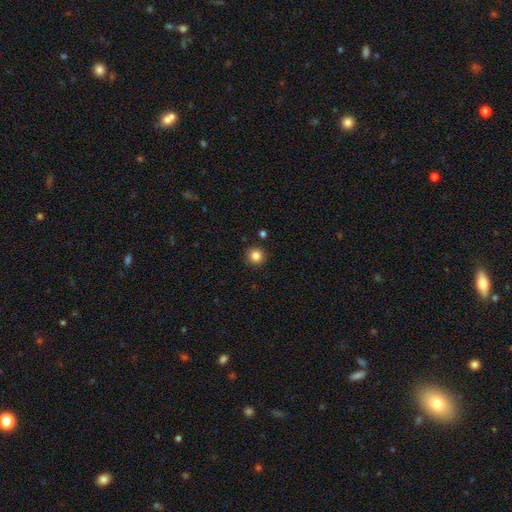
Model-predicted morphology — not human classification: Smooth or featured: smooth — 84% (star or artifact — 12%)
How rounded: round — 94% (in between — 5%)
Merging: none — 91% (minor disturbance — 5%)